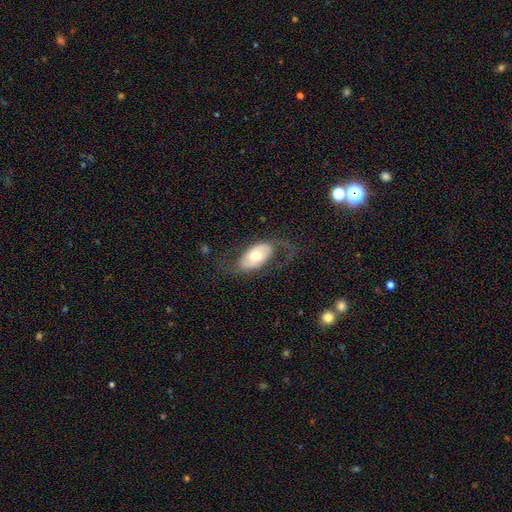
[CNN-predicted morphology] smooth-or-featured: featured or disk: 53% | smooth: 41% | star or artifact: 6%
  disk-edge-on: no: 90% | yes: 10%
  merging: none: 63% | major disturbance: 18% | minor disturbance: 17% | merger: 1%